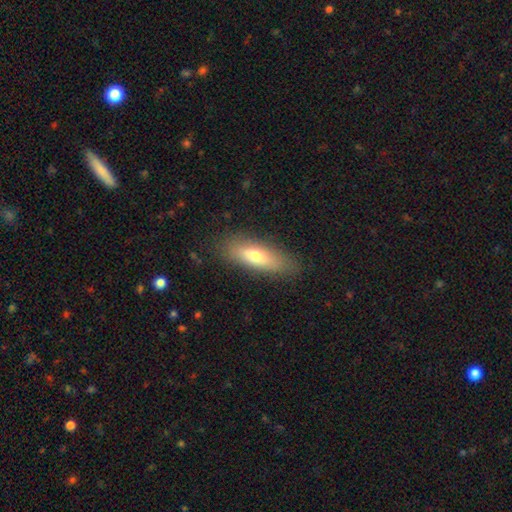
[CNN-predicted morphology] smooth 68%, featured or disk 25%, star or artifact 7%. Down the decision tree: how rounded — cigar-shaped (50%); merging — none (85%).